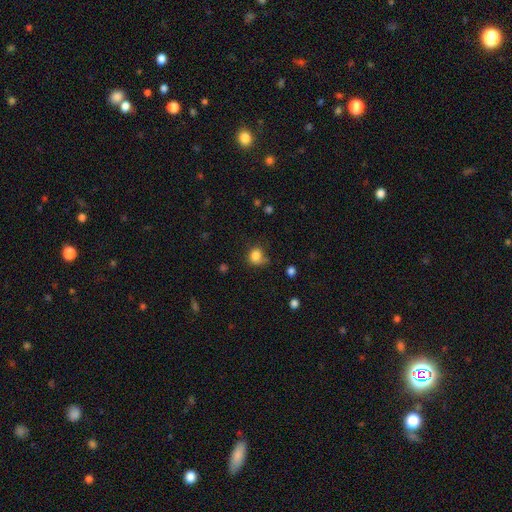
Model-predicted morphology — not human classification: This appears to be a smooth galaxy with no disk features (82%) that is round (63%). Merging: none (51%).